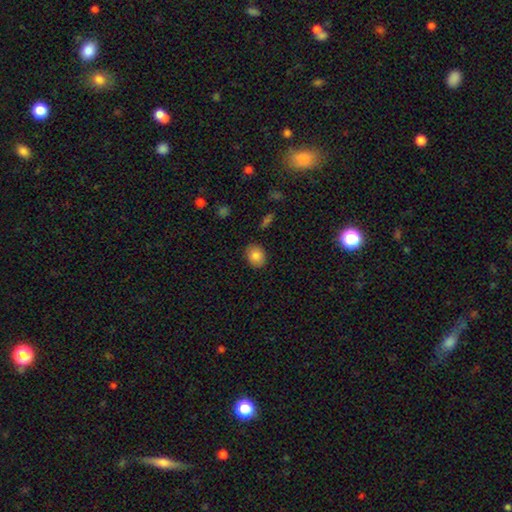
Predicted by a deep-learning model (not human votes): Smooth or featured? smooth (85%)
How rounded? round (50%)
Merging? none (87%)